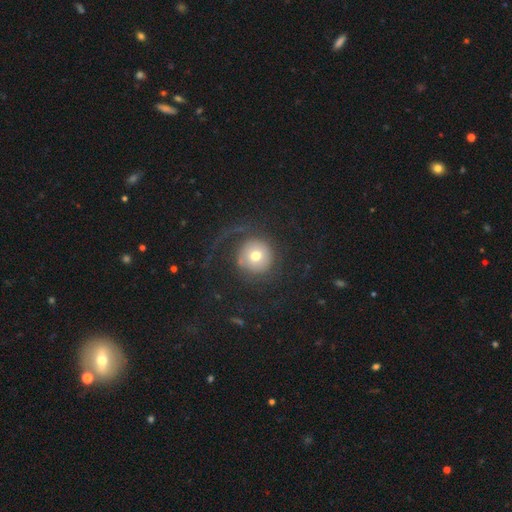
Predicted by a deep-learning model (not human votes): smooth-or-featured: smooth: 61% | featured or disk: 27% | star or artifact: 12%
  how-rounded: round: 95% | in between: 4% | cigar-shaped: 1%
  merging: none: 57% | major disturbance: 30% | minor disturbance: 11% | merger: 2%